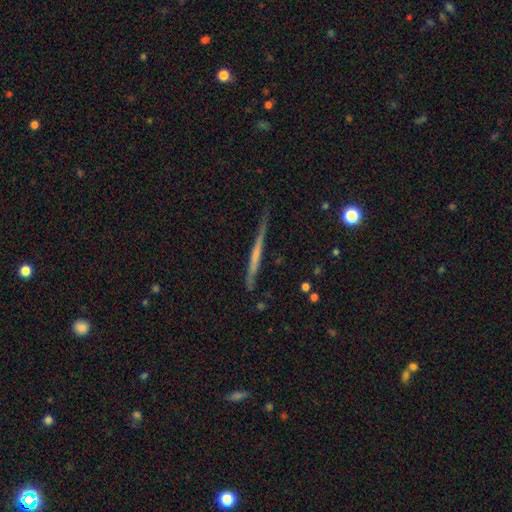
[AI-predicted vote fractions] A featured or disk galaxy (59%) viewed edge-on (96%) with no central bulge (80%). Merging: none (79%).